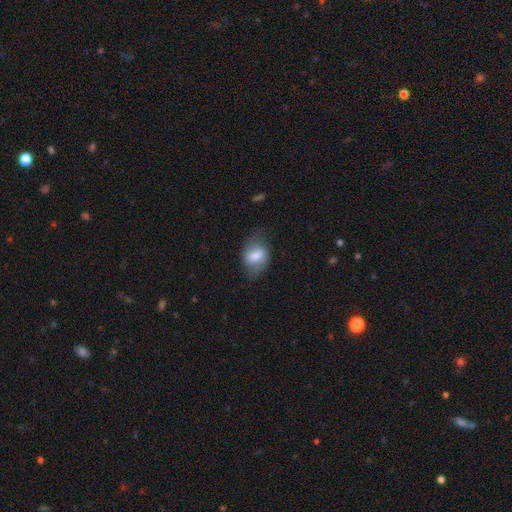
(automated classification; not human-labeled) A smooth galaxy with no disk features (62%) that is in between round and cigar-shaped (77%).

Vote fractions:
- Smooth or featured? smooth: 62% / featured or disk: 30% / star or artifact: 7%
- How rounded? in between: 77% / round: 21% / cigar-shaped: 2%
- Merging? none: 63% / minor disturbance: 24% / major disturbance: 11% / merger: 1%